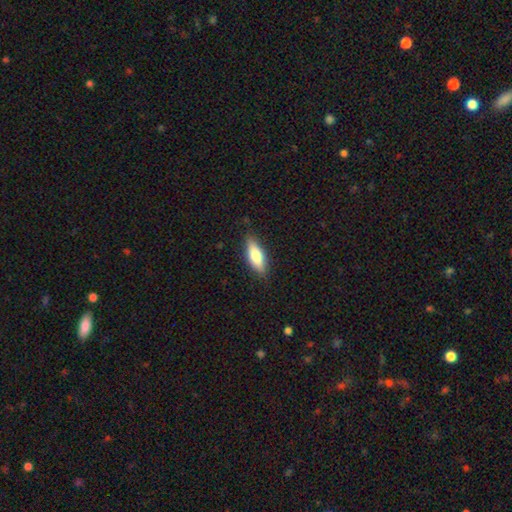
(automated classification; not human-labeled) Morphology: type=smooth (68%); roundness=in between (60%); merging=none (85%).